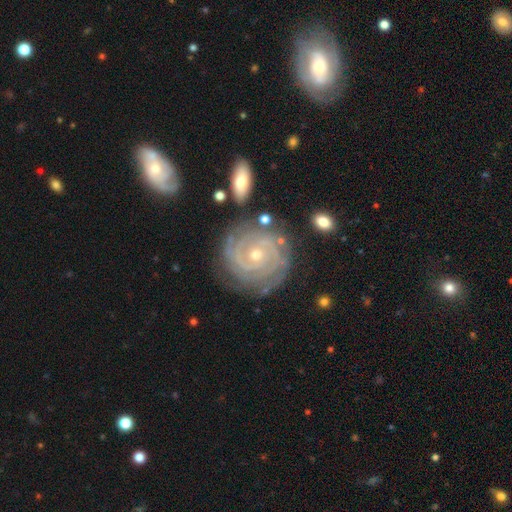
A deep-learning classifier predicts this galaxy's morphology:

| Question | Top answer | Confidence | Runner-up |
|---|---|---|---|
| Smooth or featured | featured or disk | 90% | star or artifact (6%) |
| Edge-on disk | no | 98% | yes (2%) |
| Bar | no | 71% | weak (21%) |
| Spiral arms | yes | 98% | no (2%) |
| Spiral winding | tight | 86% | medium (12%) |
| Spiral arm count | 2 | 39% | 3 (23%) |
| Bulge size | small | 61% | moderate (37%) |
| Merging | none | 79% | minor disturbance (14%) |